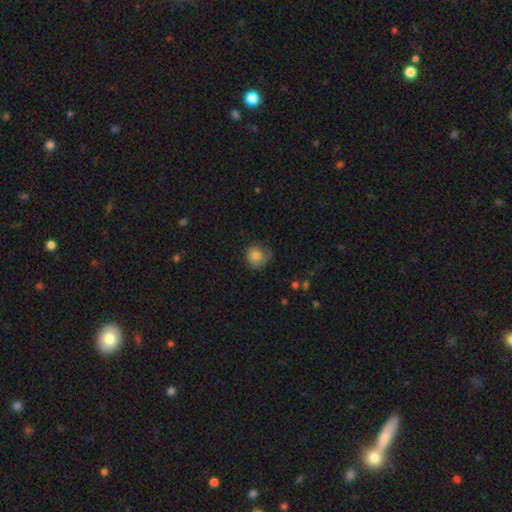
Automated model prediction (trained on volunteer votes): Smooth or featured?
  - smooth: 75% *
  - featured or disk: 15%
  - star or artifact: 9%
How rounded?
  - round: 86% *
  - in between: 13%
  - cigar-shaped: 1%
Merging?
  - none: 61% *
  - minor disturbance: 26%
  - major disturbance: 11%
  - merger: 2%